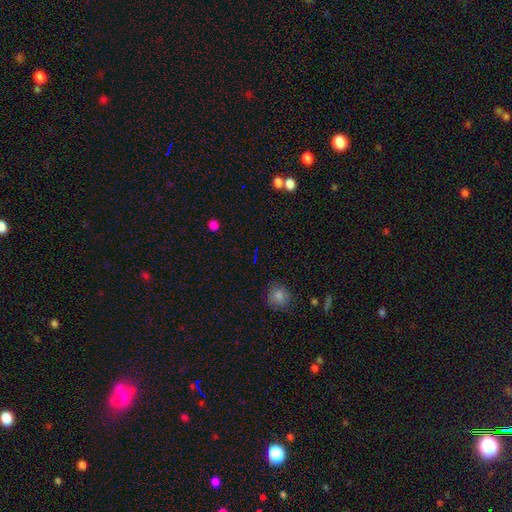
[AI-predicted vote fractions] A star or artifact, not a galaxy (49%).

Vote fractions:
- Smooth or featured? star or artifact: 49% / smooth: 42% / featured or disk: 9%